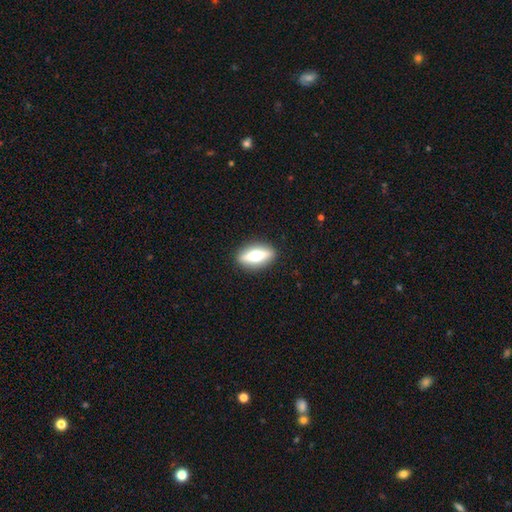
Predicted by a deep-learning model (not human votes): featured or disk 53%, smooth 40%, star or artifact 6%. Down the decision tree: edge-on disk — yes (85%); merging — none (90%).